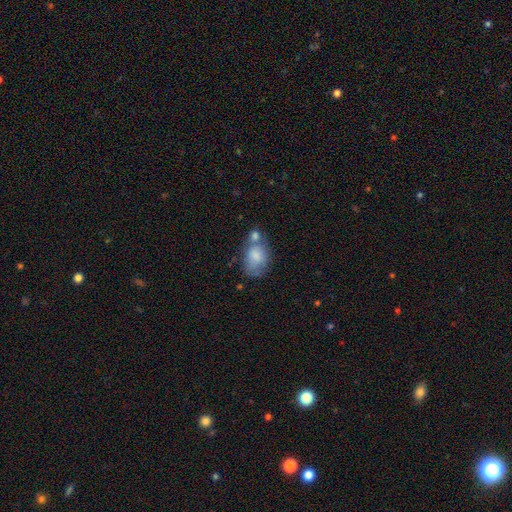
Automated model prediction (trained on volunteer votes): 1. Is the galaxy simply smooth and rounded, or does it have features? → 75% smooth, 17% featured or disk, 8% star or artifact.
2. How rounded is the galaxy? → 80% in between, 19% round, 1% cigar-shaped.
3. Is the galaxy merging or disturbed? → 35% merger, 32% none, 21% minor disturbance, 12% major disturbance.